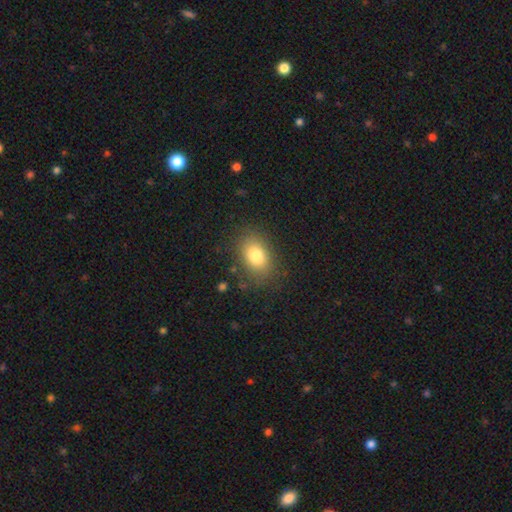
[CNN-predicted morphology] The model was most divided on "how rounded": in between: 77%, round: 22%, cigar-shaped: 1%. More confident: merging — none (82%); smooth or featured — smooth (80%).